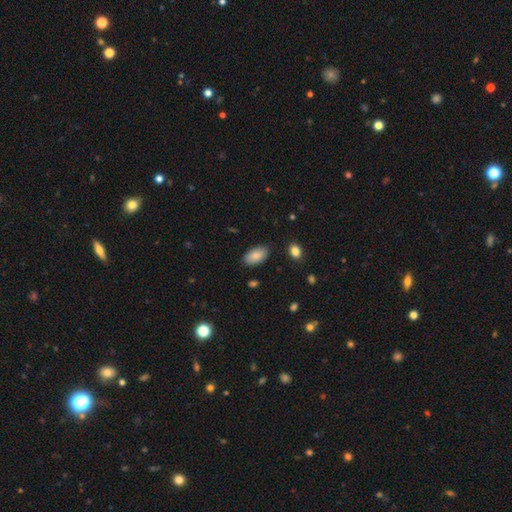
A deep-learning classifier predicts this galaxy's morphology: A smooth galaxy with no disk features (84%) that is in between round and cigar-shaped (94%).

Vote fractions:
- Smooth or featured? smooth: 84% / featured or disk: 9% / star or artifact: 7%
- How rounded? in between: 94% / round: 4% / cigar-shaped: 2%
- Merging? none: 85% / minor disturbance: 11% / major disturbance: 2% / merger: 2%